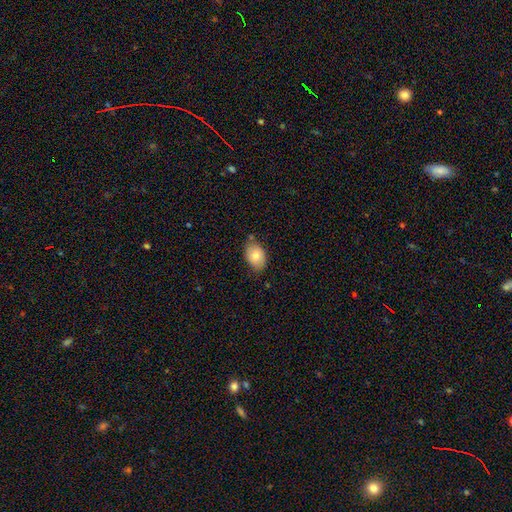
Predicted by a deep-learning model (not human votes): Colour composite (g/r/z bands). It shows a smooth galaxy with no disk features (77%) that is in between round and cigar-shaped (85%). Merging: none (69%).